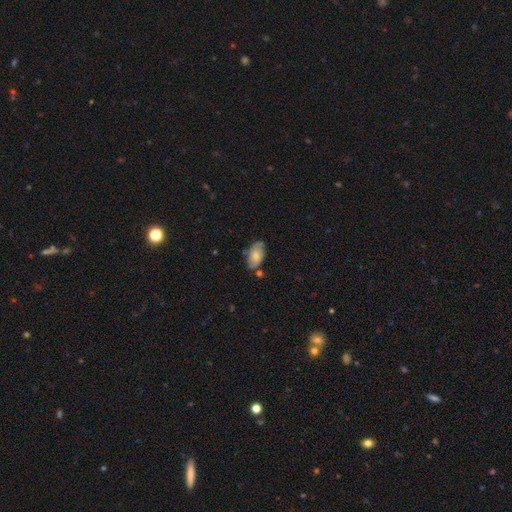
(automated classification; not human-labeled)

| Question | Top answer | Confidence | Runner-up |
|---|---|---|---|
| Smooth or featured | smooth | 68% | featured or disk (25%) |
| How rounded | in between | 93% | round (4%) |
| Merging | none | 67% | minor disturbance (21%) |